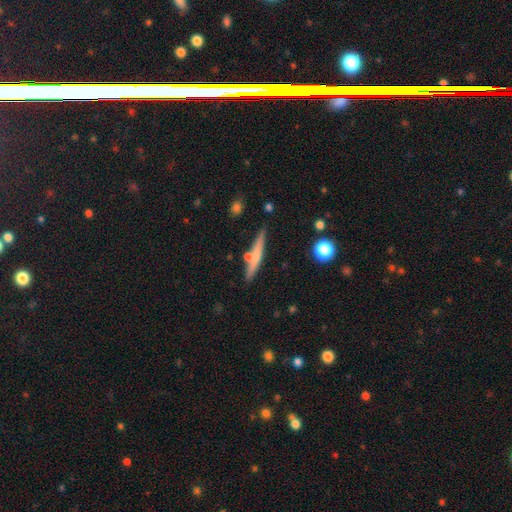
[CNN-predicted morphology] A smooth galaxy with no disk features (55%) that is cigar-shaped (93%). Merging: none (78%).